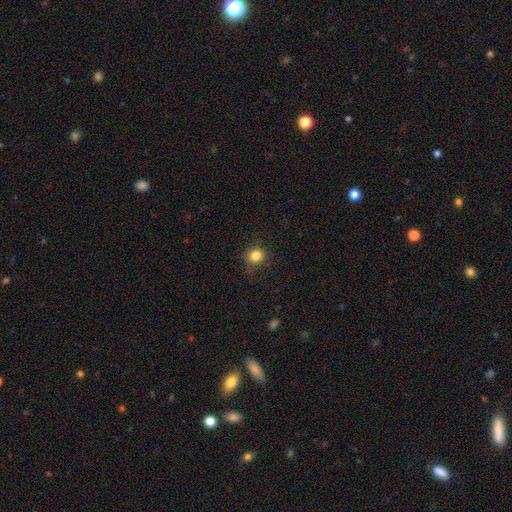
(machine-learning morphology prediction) Smooth or featured? Predicted: smooth (p=0.84). How rounded? Predicted: round (p=0.88). Merging? Predicted: none (p=0.81).